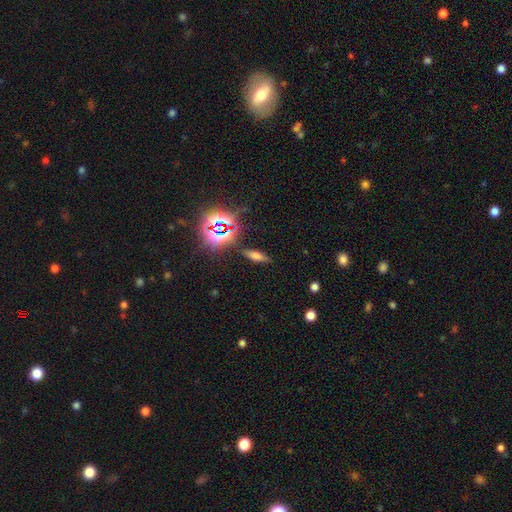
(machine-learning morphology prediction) smooth_or_featured: smooth (p=0.54) [alt: star or artifact p=0.26]
how_rounded: cigar-shaped (p=0.53) [alt: in between p=0.42]
merging: none (p=0.84) [alt: minor disturbance p=0.10]